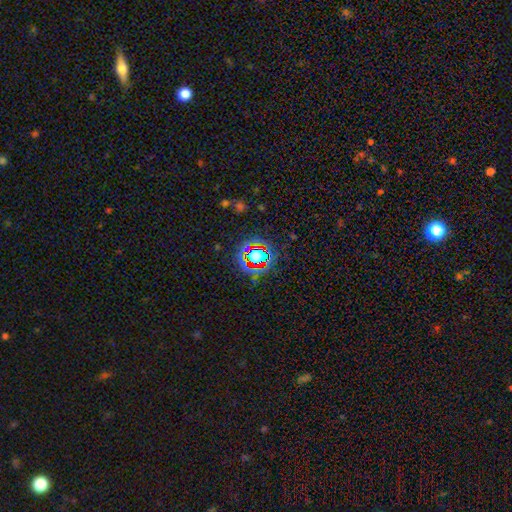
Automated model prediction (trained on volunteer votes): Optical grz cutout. It shows a star or artifact, not a galaxy (62%).